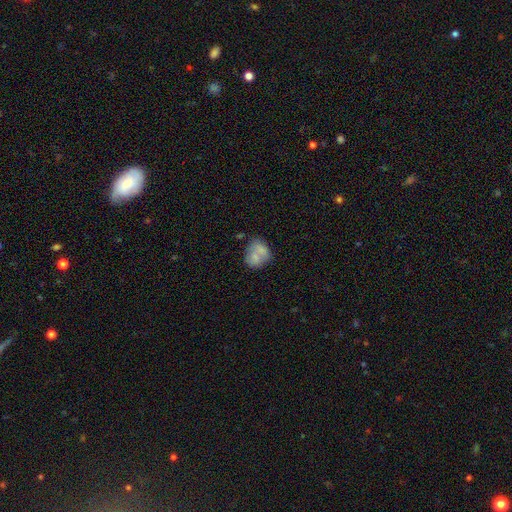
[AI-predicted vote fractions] Morphology: type=smooth (70%); roundness=round (57%); merging=merger (38%).